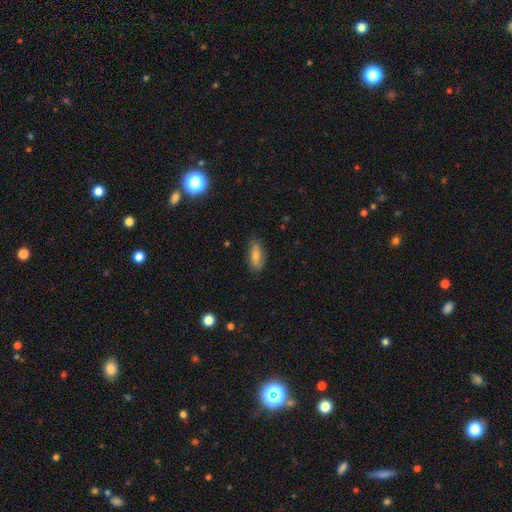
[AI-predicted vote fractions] smooth_or_featured: smooth (p=0.78) [alt: featured or disk p=0.15]
how_rounded: in between (p=0.82) [alt: cigar-shaped p=0.15]
merging: none (p=0.82) [alt: minor disturbance p=0.14]